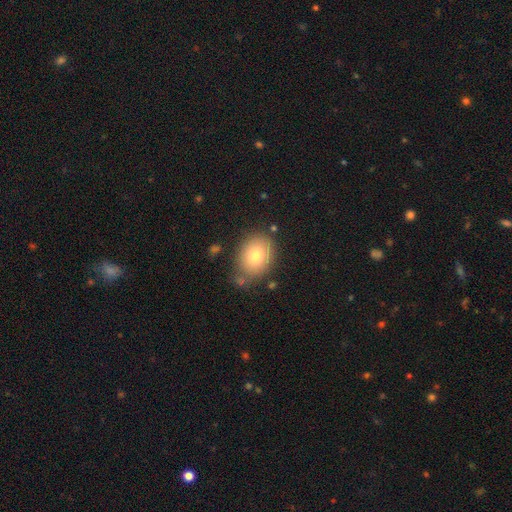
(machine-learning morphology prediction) smooth 77%, featured or disk 15%, star or artifact 8%. Down the decision tree: how rounded — in between (62%); merging — none (71%).